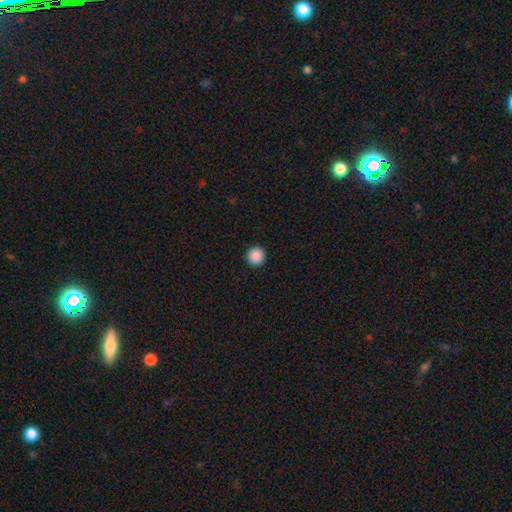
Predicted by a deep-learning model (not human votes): Smooth or featured: smooth — 89% (star or artifact — 9%)
How rounded: round — 95% (in between — 4%)
Merging: none — 93% (minor disturbance — 4%)